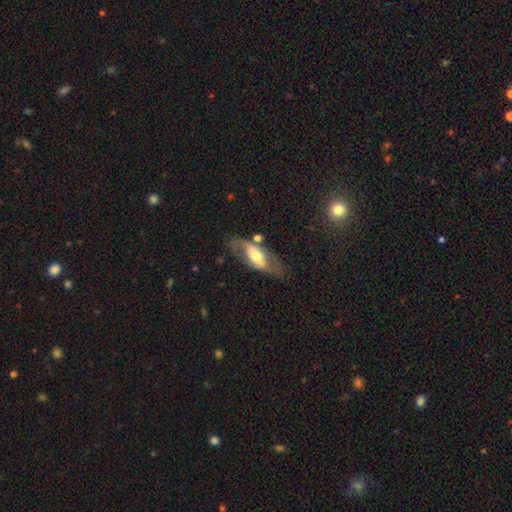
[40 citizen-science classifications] featured or disk 60%, smooth 38%, star or artifact 2%. Down the decision tree: edge-on disk — no (79%); bar — no (47%); spiral arms — yes (53%); spiral arm count — 2 (70%); spiral winding — medium (40%, tied with loose); bulge size — moderate (74%); merging — none (38%).